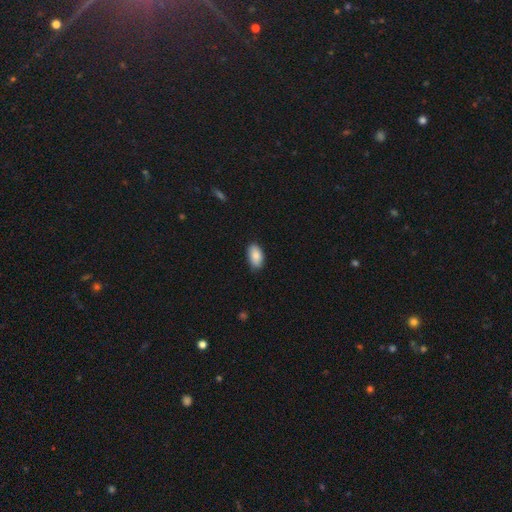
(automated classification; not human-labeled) Smooth or featured: smooth — 86% (featured or disk — 7%)
How rounded: in between — 94% (round — 4%)
Merging: none — 84% (minor disturbance — 13%)